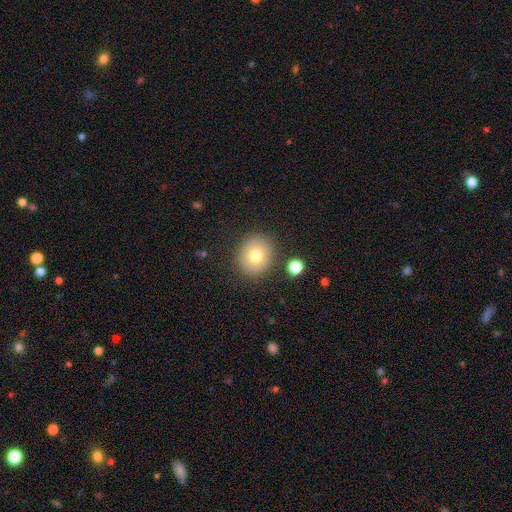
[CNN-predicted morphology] Smooth or featured? Predicted: smooth (p=0.74). How rounded? Predicted: round (p=0.72). Merging? Predicted: none (p=0.84).